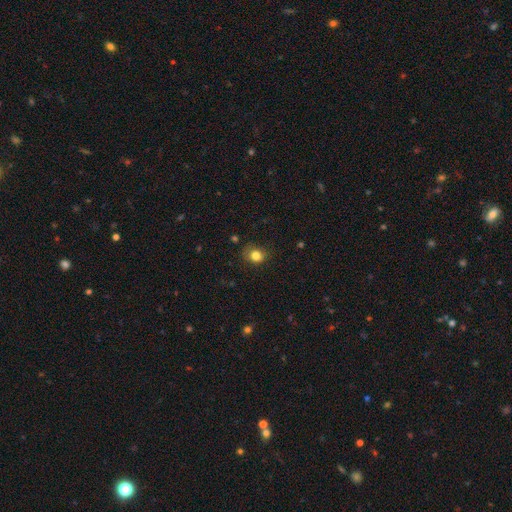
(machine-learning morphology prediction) This appears to be a smooth galaxy with no disk features (81%) that is round (66%). Merging: none (73%).